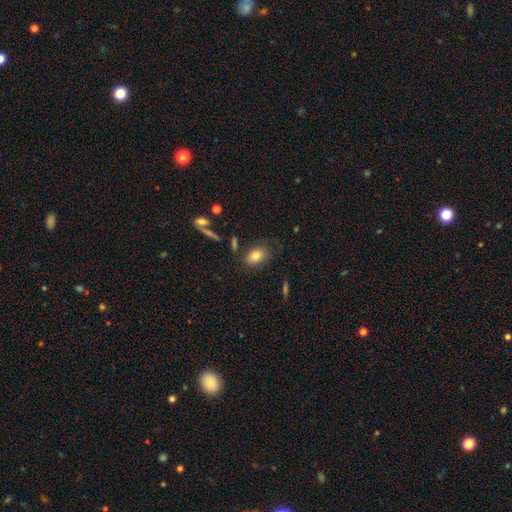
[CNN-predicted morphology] Smooth or featured? smooth (80%)
How rounded? in between (80%)
Merging? none (77%)